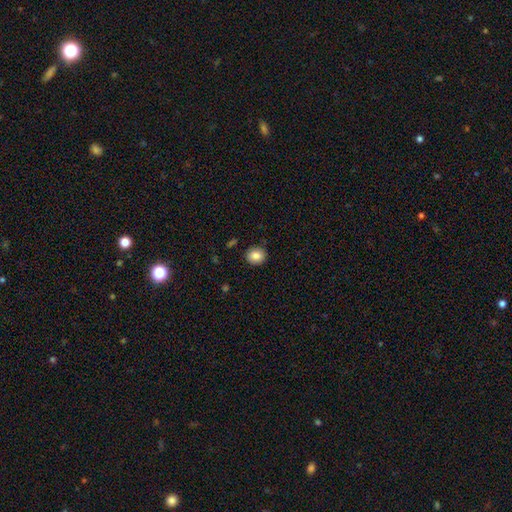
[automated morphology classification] The model was most divided on "how rounded": round: 75%, in between: 24%, cigar-shaped: 1%. More confident: merging — none (89%); smooth or featured — smooth (85%).